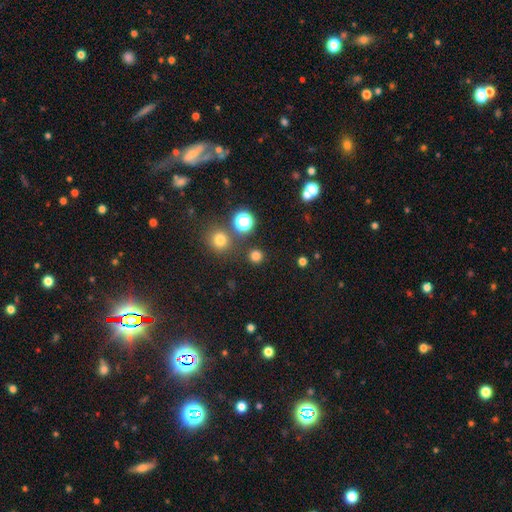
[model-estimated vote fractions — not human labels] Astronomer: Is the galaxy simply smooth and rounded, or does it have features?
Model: smooth — 75%.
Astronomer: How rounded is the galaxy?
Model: round — 94%.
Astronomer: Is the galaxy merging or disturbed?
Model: none — 86%.